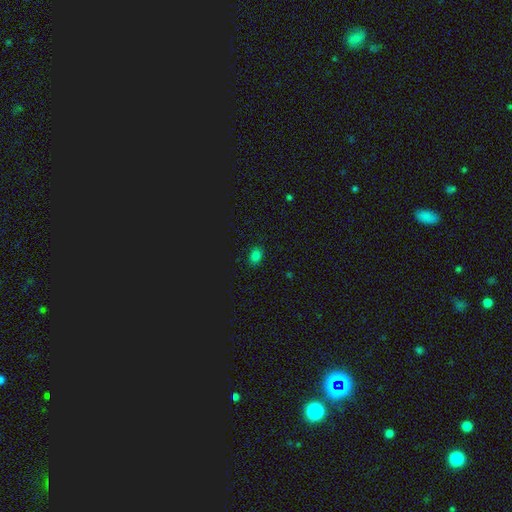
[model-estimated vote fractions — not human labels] Smooth or featured? smooth (77%)
How rounded? in between (68%)
Merging? none (88%)